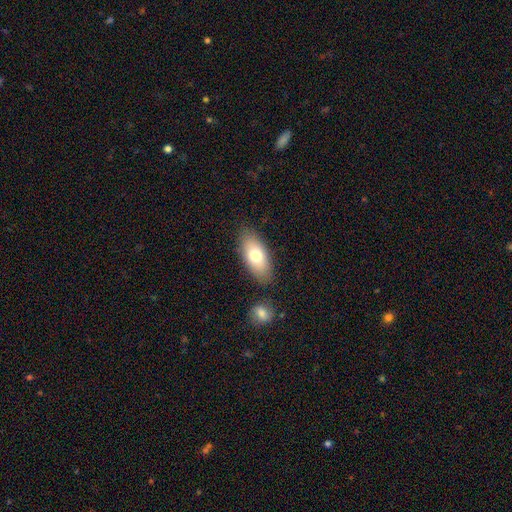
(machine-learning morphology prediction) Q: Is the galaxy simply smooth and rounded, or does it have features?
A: smooth — 73%.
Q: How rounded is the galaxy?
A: in between — 87%.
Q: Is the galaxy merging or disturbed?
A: none — 80%.